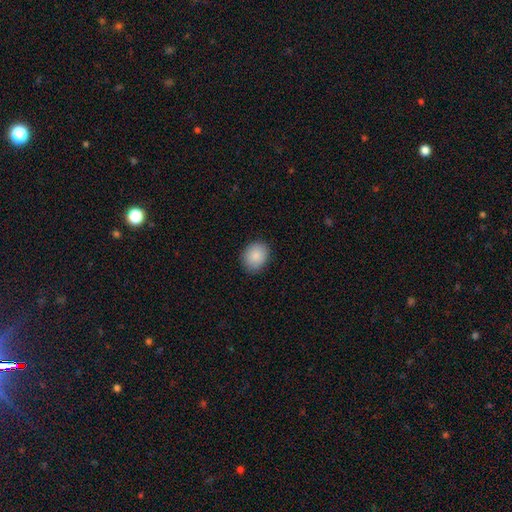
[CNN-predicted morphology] The model was most divided on "how rounded": in between: 51%, round: 49%, cigar-shaped: 1%. More confident: smooth or featured — smooth (88%); merging — none (87%).